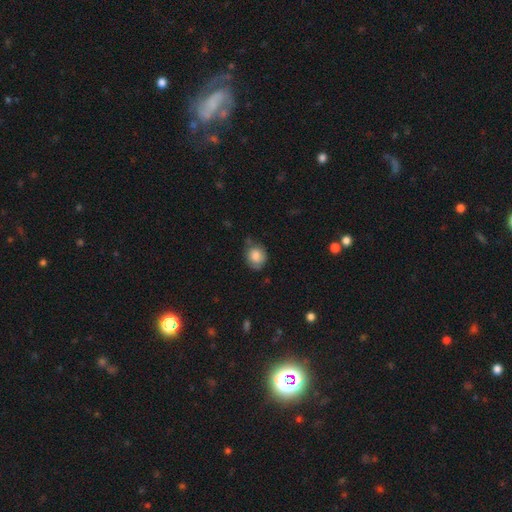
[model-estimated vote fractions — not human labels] Q: Smooth or featured?
A: smooth (81%); runner-up: featured or disk (11%)
Q: How rounded?
A: round (70%); runner-up: in between (29%)
Q: Merging?
A: none (65%); runner-up: minor disturbance (27%)